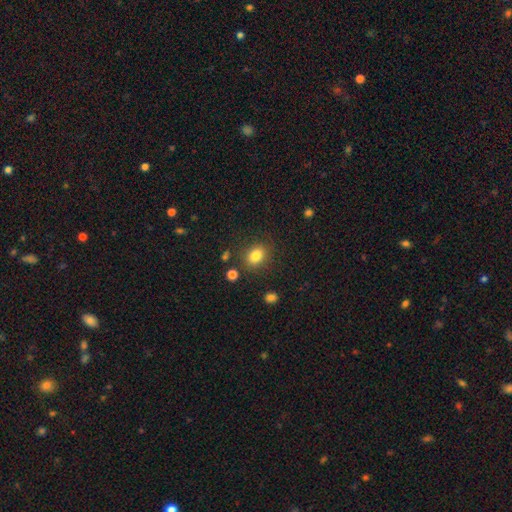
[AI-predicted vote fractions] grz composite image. It shows a smooth galaxy with no disk features (83%) that is in between round and cigar-shaped (56%). Merging: none (82%).